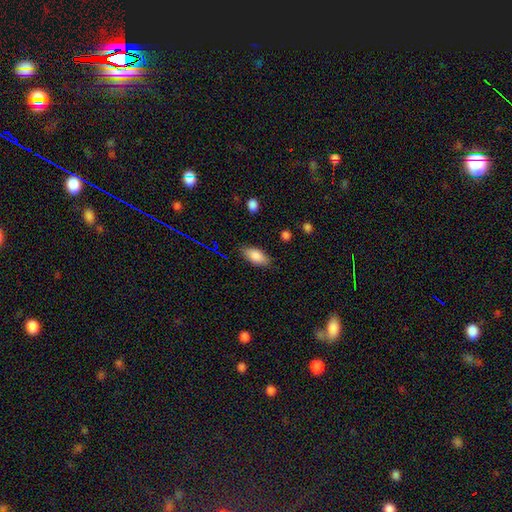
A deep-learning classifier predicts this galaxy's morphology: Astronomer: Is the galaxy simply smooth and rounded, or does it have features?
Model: smooth — 85%.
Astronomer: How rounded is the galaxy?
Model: in between — 89%.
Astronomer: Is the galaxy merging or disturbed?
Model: none — 83%.